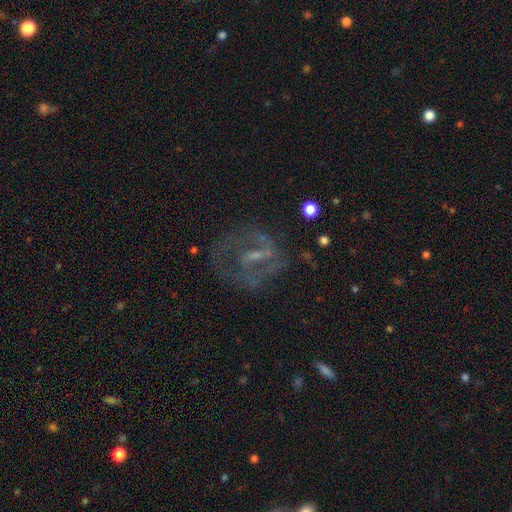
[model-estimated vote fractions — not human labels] smooth_or_featured: featured or disk (p=0.72) [alt: smooth p=0.15]
disk_edge_on: no (p=0.95) [alt: yes p=0.05]
bar: weak (p=0.43) [alt: strong p=0.30]
has_spiral_arms: yes (p=0.69) [alt: no p=0.31]
bulge_size: small (p=0.43) [alt: none p=0.32]
merging: none (p=0.57) [alt: major disturbance p=0.23]